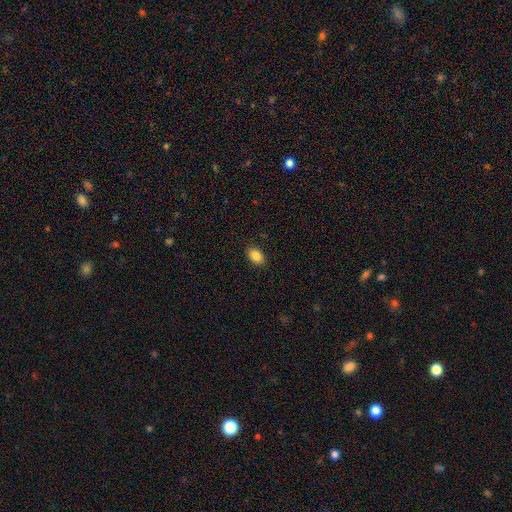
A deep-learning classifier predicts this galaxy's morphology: Smooth or featured? smooth (87%)
How rounded? in between (88%)
Merging? none (89%)